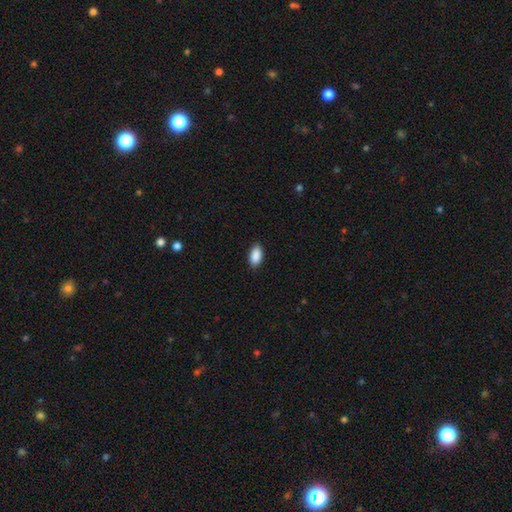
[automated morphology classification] smooth-or-featured: smooth: 90% | star or artifact: 7% | featured or disk: 3%
  how-rounded: in between: 93% | cigar-shaped: 4% | round: 3%
  merging: none: 88% | minor disturbance: 9% | major disturbance: 2% | merger: 1%